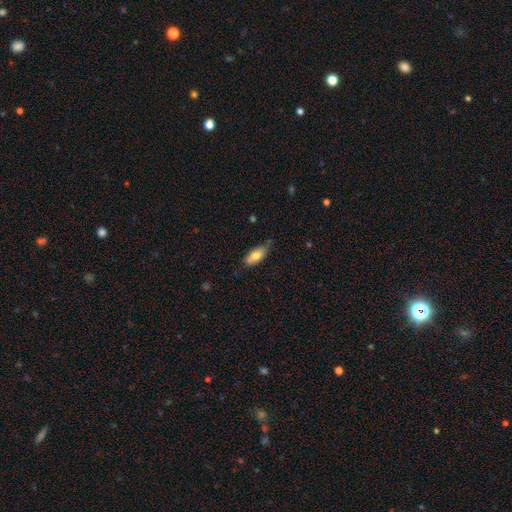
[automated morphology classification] The model was most divided on "merging": none: 66%, minor disturbance: 25%, merger: 4%, major disturbance: 4%. More confident: how rounded — in between (83%); smooth or featured — smooth (72%).